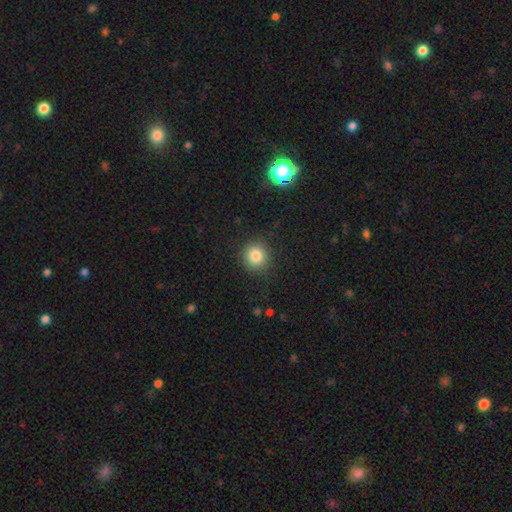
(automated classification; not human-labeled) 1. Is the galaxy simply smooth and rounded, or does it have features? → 83% smooth, 11% star or artifact, 6% featured or disk.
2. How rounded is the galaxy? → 90% round, 9% in between, 1% cigar-shaped.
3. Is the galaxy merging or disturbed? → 89% none, 7% minor disturbance, 3% major disturbance, 1% merger.